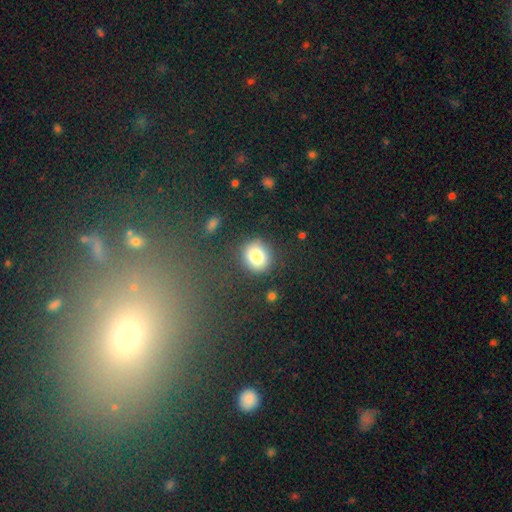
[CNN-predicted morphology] The model was most divided on "how rounded": round: 76%, in between: 22%, cigar-shaped: 1%. More confident: merging — none (82%); smooth or featured — smooth (82%).